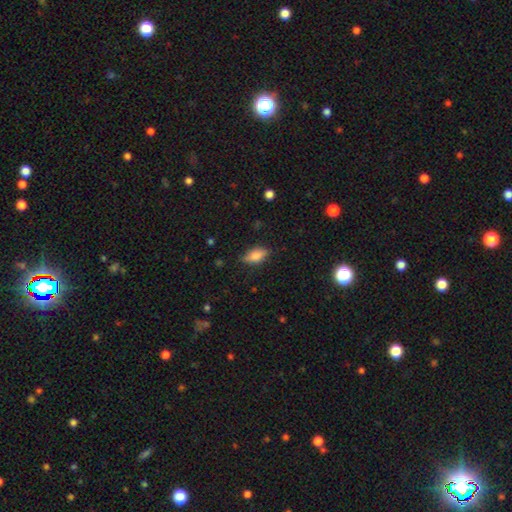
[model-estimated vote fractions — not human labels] Smooth or featured: smooth — 71% (featured or disk — 21%)
How rounded: in between — 84% (cigar-shaped — 11%)
Merging: none — 76% (minor disturbance — 18%)